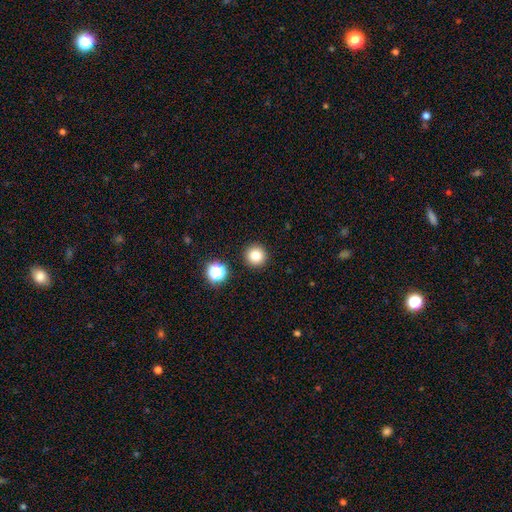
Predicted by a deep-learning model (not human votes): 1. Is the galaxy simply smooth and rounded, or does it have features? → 81% smooth, 13% star or artifact, 6% featured or disk.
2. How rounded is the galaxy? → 96% round, 3% in between, 1% cigar-shaped.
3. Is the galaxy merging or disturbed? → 91% none, 5% minor disturbance, 2% merger, 2% major disturbance.